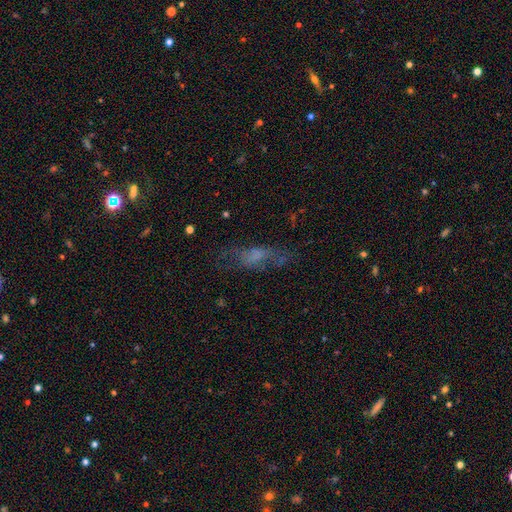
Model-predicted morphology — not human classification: smooth-or-featured: smooth: 44% | featured or disk: 40% | star or artifact: 15%
  merging: none: 53% | major disturbance: 23% | minor disturbance: 21% | merger: 3%